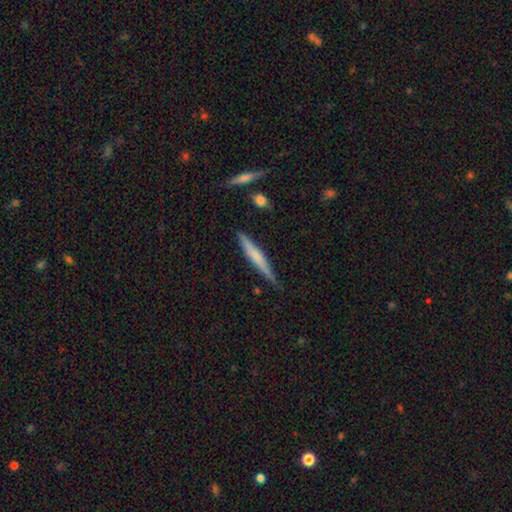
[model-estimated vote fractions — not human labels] smooth 54%, featured or disk 41%, star or artifact 6%. Down the decision tree: how rounded — cigar-shaped (94%); merging — none (82%).